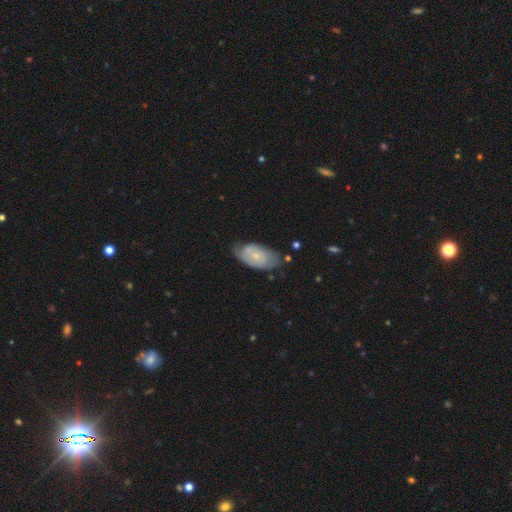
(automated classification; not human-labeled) This appears to be a featured or disk galaxy (53%). Merging: none (59%).